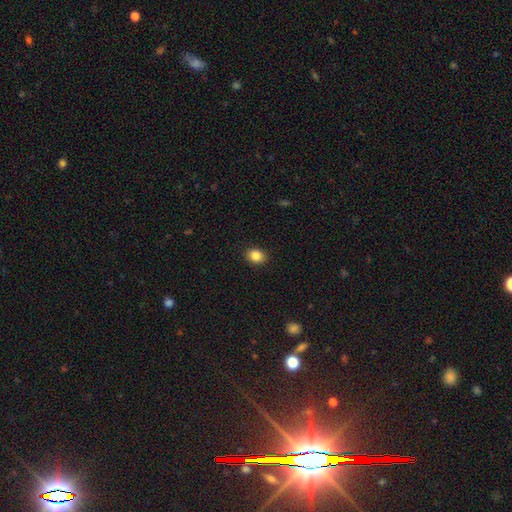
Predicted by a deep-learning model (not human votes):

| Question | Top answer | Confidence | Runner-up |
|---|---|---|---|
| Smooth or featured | smooth | 85% | star or artifact (10%) |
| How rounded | in between | 57% | round (42%) |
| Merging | none | 90% | minor disturbance (7%) |